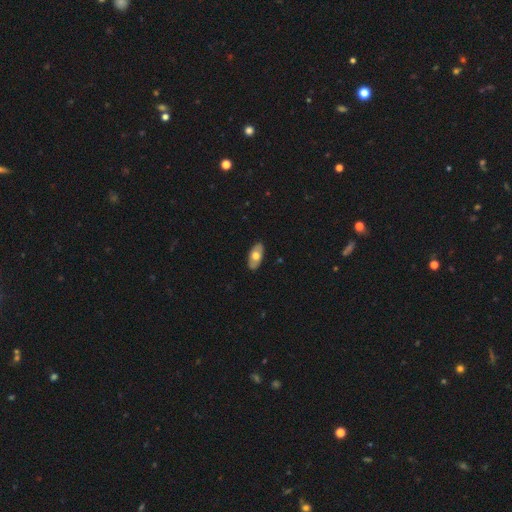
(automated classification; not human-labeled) Smooth or featured: smooth — 58% (featured or disk — 37%)
How rounded: in between — 92% (cigar-shaped — 5%)
Merging: none — 88% (minor disturbance — 10%)